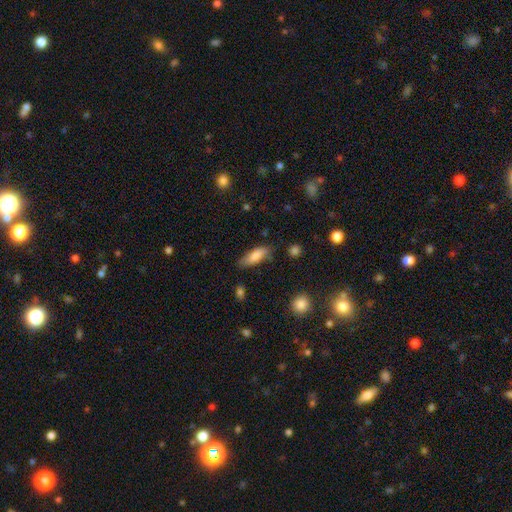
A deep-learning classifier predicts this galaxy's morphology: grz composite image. It shows a smooth galaxy with no disk features (81%) that is in between round and cigar-shaped (66%). Merging: none (71%).